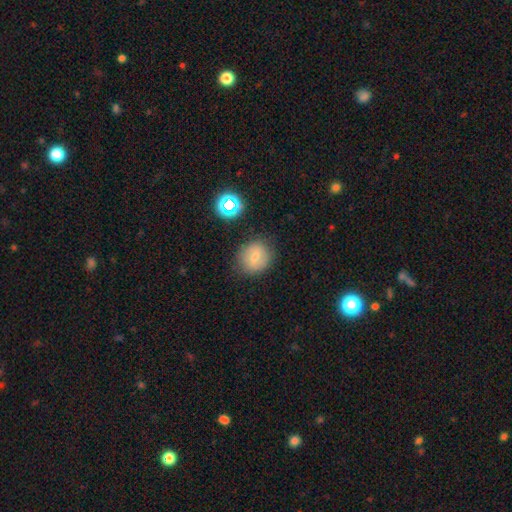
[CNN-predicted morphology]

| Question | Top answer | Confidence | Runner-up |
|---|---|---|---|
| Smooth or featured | smooth | 62% | featured or disk (26%) |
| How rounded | round | 78% | in between (21%) |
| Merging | none | 80% | minor disturbance (13%) |